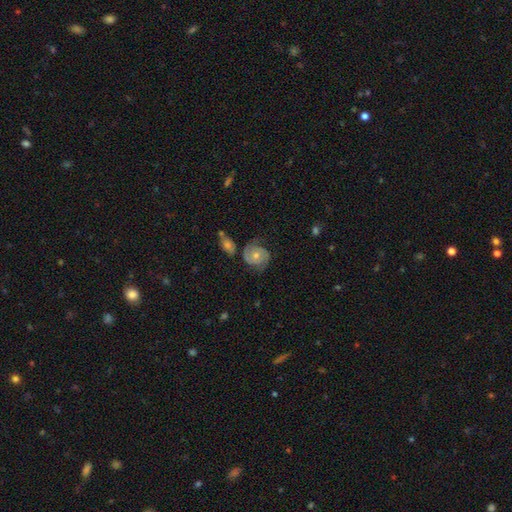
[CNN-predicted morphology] A featured or disk galaxy (75%) with no bar (75%), 2 (82%) tight (49%) spiral arms (93%) and a moderate central bulge (59%). Merging: none (67%).